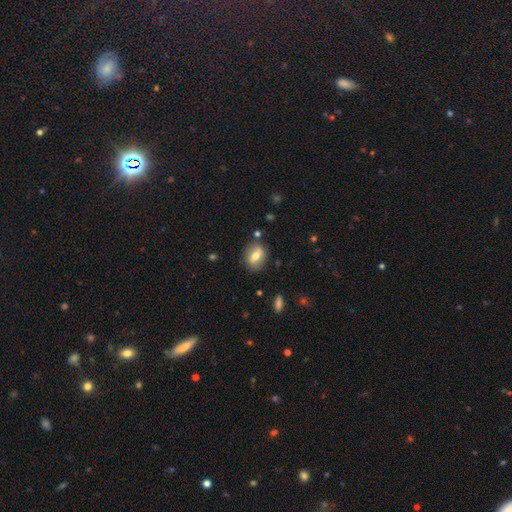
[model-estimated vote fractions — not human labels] smooth 58%, featured or disk 33%, star or artifact 8%. Down the decision tree: how rounded — in between (60%); merging — none (79%).